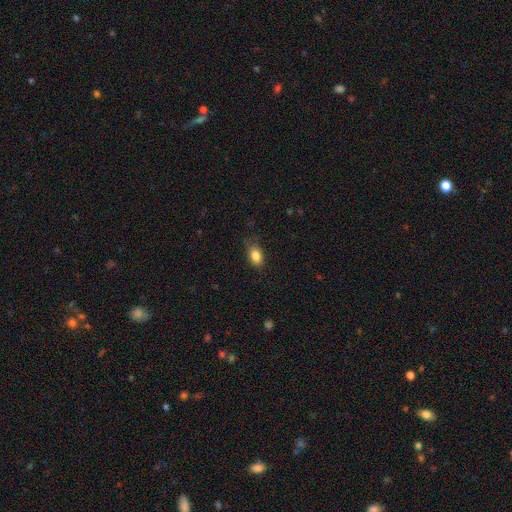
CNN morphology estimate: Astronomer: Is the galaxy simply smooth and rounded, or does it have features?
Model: smooth — 85%.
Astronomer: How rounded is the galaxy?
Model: in between — 86%.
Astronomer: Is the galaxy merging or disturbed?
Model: none — 75%.